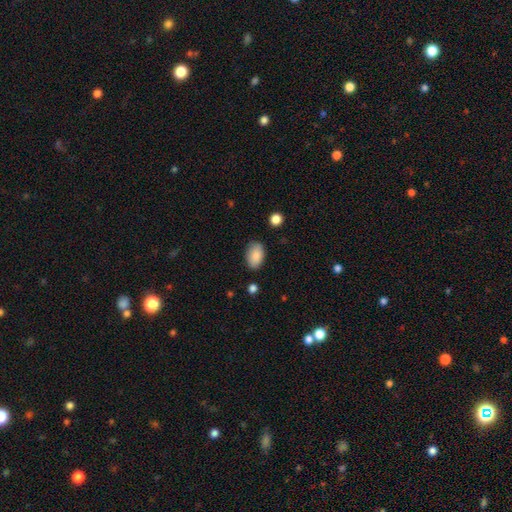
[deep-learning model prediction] Smooth or featured? Predicted: smooth (p=0.87). How rounded? Predicted: in between (p=0.92). Merging? Predicted: none (p=0.82).